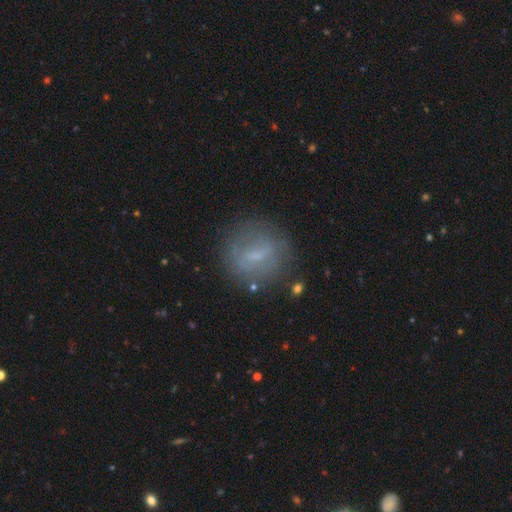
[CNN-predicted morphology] Smooth or featured? Predicted: smooth (p=0.47). Merging? Predicted: none (p=0.77).